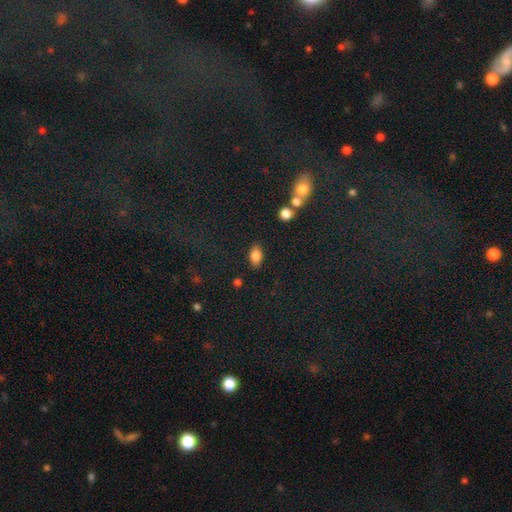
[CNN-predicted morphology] type=smooth (83%); roundness=in between (90%); merging=none (85%).